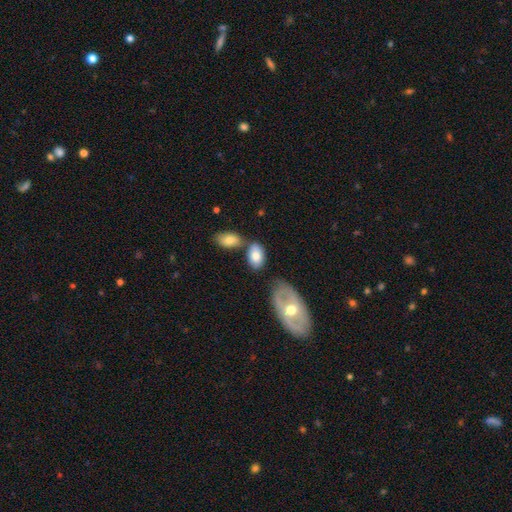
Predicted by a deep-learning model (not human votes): A smooth galaxy with no disk features (75%) that is in between round and cigar-shaped (92%).

Vote fractions:
- Smooth or featured? smooth: 75% / featured or disk: 18% / star or artifact: 7%
- How rounded? in between: 92% / round: 7% / cigar-shaped: 2%
- Merging? none: 57% / merger: 22% / minor disturbance: 16% / major disturbance: 6%